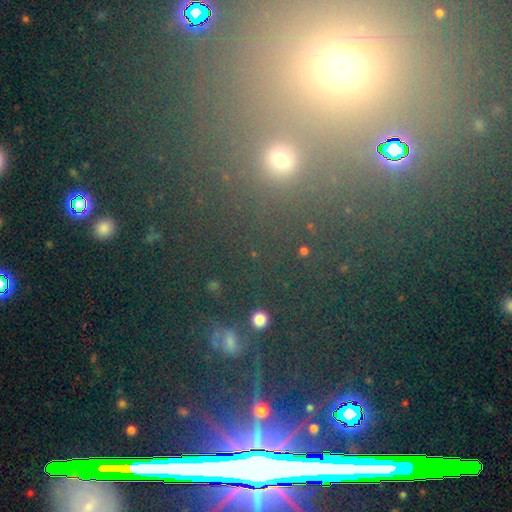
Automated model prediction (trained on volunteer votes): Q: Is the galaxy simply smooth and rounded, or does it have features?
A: star or artifact — 53%.